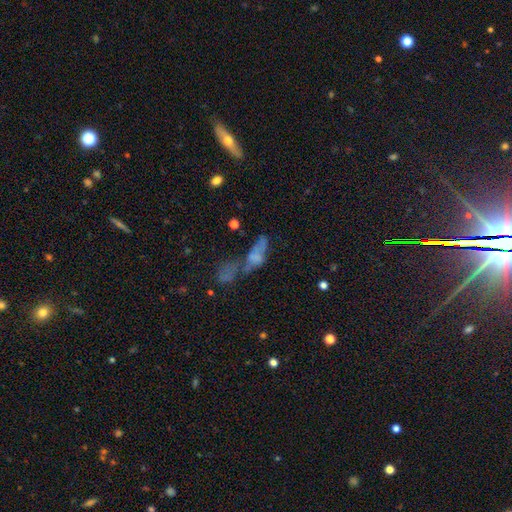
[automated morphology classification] Smooth or featured? Predicted: smooth (p=0.50). Merging? Predicted: merger (p=0.48).